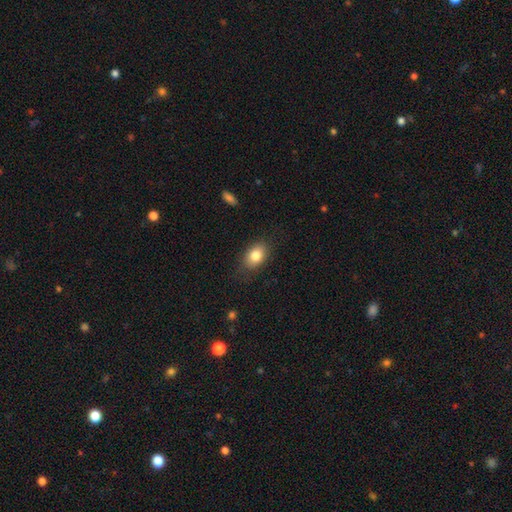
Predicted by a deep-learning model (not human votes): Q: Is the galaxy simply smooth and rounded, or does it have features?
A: smooth — 82%.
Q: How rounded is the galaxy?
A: in between — 80%.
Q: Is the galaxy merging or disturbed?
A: none — 80%.